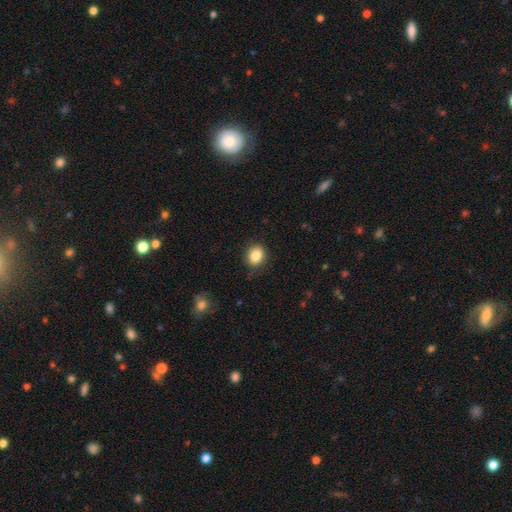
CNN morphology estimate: Smooth or featured: smooth — 86% (star or artifact — 9%)
How rounded: round — 53% (in between — 46%)
Merging: none — 85% (minor disturbance — 11%)